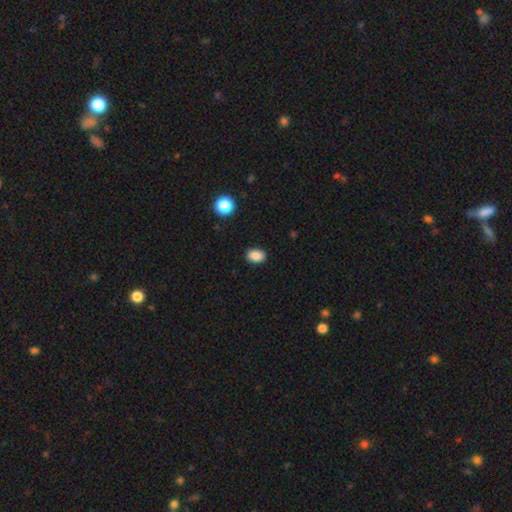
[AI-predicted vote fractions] A smooth galaxy with no disk features (87%) that is in between round and cigar-shaped (75%). Merging: none (89%).